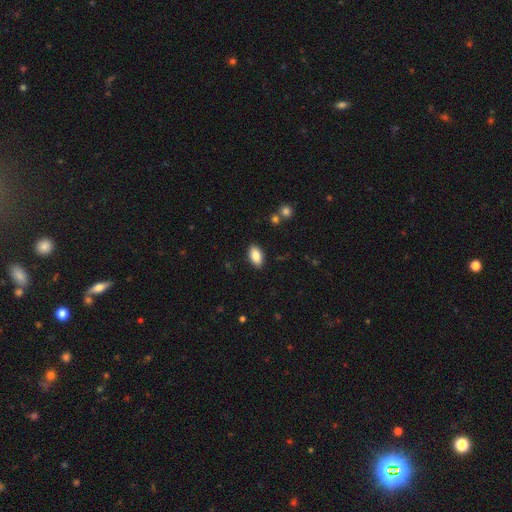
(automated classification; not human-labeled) Smooth or featured? Predicted: smooth (p=0.86). How rounded? Predicted: in between (p=0.93). Merging? Predicted: none (p=0.88).